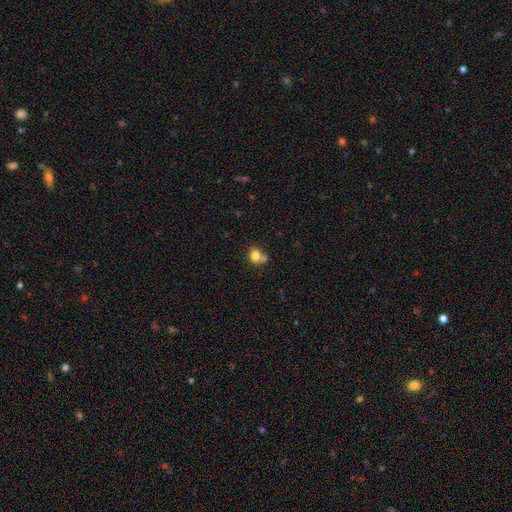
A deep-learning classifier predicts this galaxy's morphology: This appears to be a smooth galaxy with no disk features (80%) that is round (63%). Merging: none (47%).